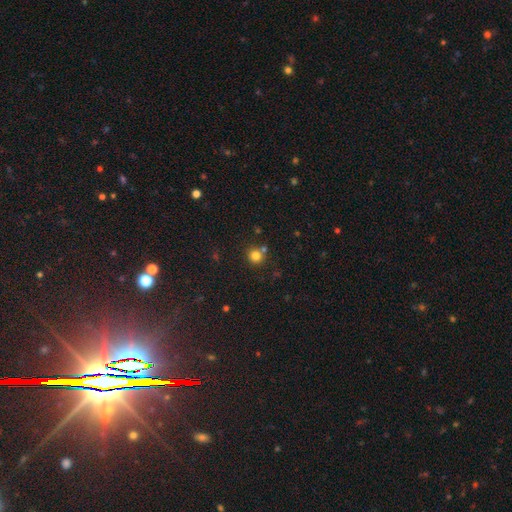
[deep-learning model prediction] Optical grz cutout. It shows a smooth galaxy with no disk features (80%) that is round (91%). Merging: none (73%).